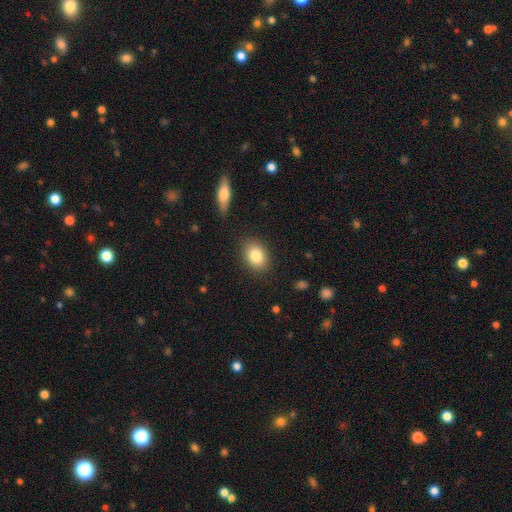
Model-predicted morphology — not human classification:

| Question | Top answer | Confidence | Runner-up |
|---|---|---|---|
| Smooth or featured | smooth | 83% | featured or disk (9%) |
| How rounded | in between | 69% | round (30%) |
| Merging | none | 86% | minor disturbance (10%) |